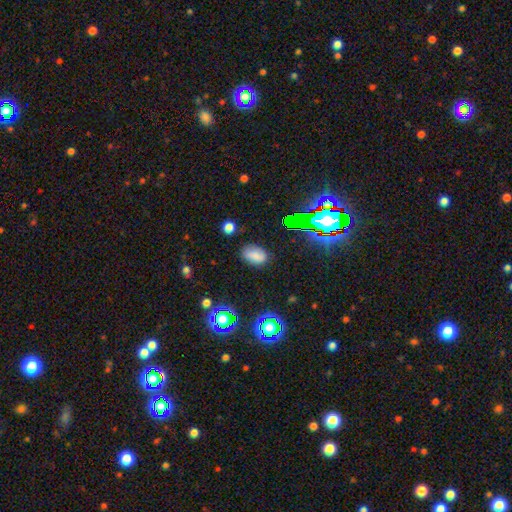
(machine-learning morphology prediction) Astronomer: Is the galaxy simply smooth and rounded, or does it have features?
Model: smooth — 77%.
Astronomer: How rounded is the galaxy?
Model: in between — 89%.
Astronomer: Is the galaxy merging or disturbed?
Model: none — 76%.